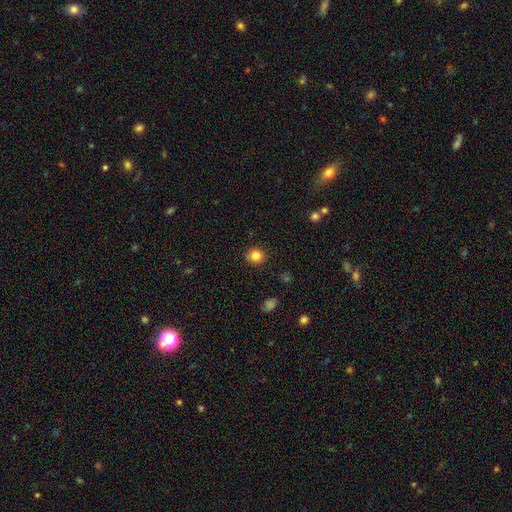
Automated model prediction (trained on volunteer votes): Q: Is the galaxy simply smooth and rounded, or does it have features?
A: smooth — 84%.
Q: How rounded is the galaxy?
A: round — 83%.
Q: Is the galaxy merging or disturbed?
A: none — 89%.